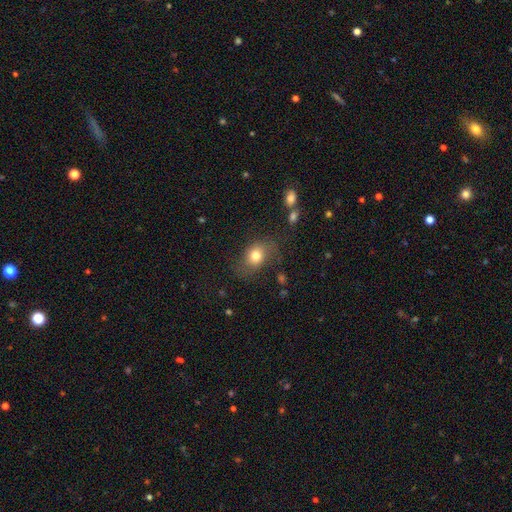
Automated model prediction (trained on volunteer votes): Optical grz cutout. It shows a smooth galaxy with no disk features (75%) that is in between round and cigar-shaped (62%). Merging: none (66%).